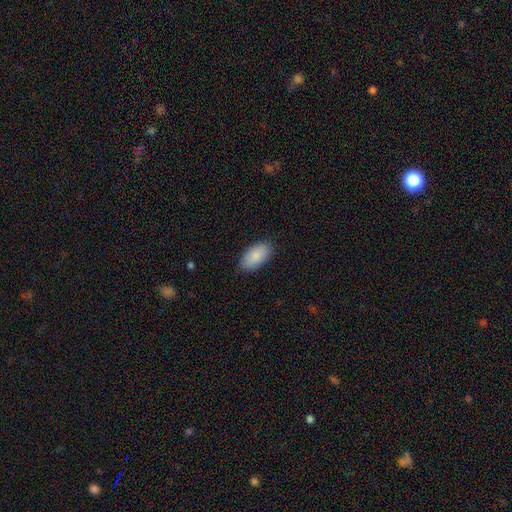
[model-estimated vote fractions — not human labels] Smooth or featured?
  - smooth: 87% *
  - featured or disk: 7%
  - star or artifact: 6%
How rounded?
  - in between: 95% *
  - round: 3%
  - cigar-shaped: 3%
Merging?
  - none: 87% *
  - minor disturbance: 9%
  - major disturbance: 2%
  - merger: 1%